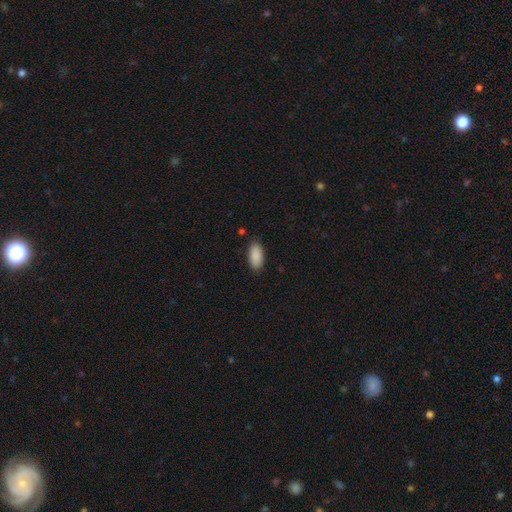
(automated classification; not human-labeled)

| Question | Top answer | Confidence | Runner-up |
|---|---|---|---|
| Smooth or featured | smooth | 90% | star or artifact (6%) |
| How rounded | in between | 93% | cigar-shaped (6%) |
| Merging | none | 87% | minor disturbance (9%) |